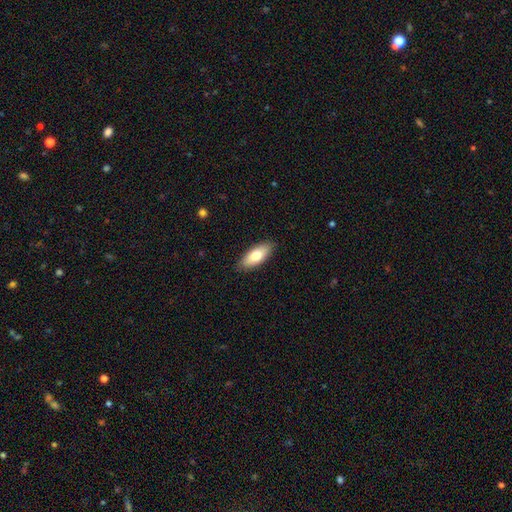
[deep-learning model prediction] Q: Smooth or featured?
A: smooth (75%); runner-up: featured or disk (19%)
Q: How rounded?
A: in between (81%); runner-up: cigar-shaped (17%)
Q: Merging?
A: none (88%); runner-up: minor disturbance (9%)